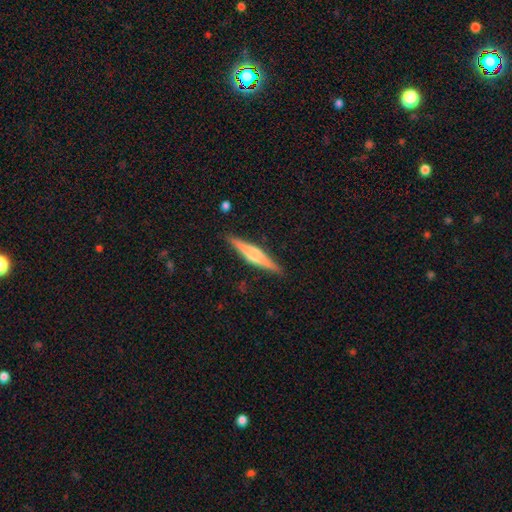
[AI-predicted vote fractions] Q: Smooth or featured?
A: featured or disk (66%); runner-up: smooth (28%)
Q: Edge-on disk?
A: yes (98%); runner-up: no (2%)
Q: Edge-on bulge?
A: rounded (80%); runner-up: boxy (13%)
Q: Merging?
A: none (90%); runner-up: minor disturbance (7%)